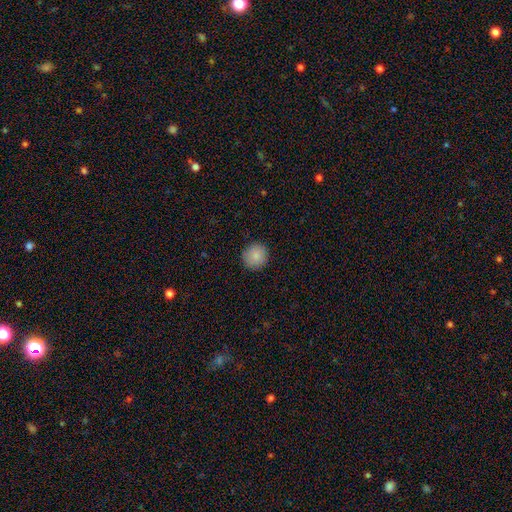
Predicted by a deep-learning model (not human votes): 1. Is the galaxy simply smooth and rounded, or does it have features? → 86% smooth, 9% star or artifact, 5% featured or disk.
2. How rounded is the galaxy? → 92% round, 8% in between, 1% cigar-shaped.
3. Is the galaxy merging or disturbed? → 90% none, 7% minor disturbance, 2% major disturbance, 1% merger.